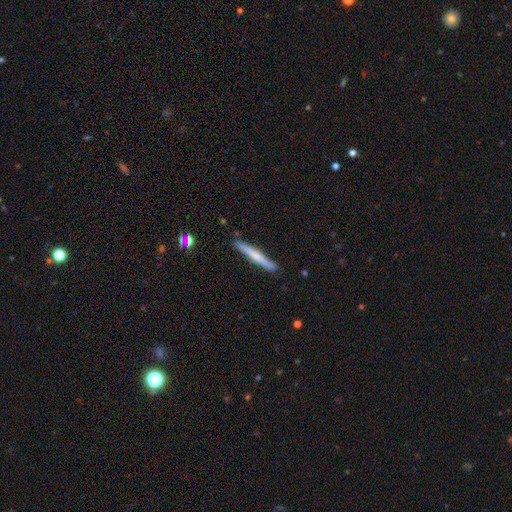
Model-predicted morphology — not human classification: Smooth or featured?
  - smooth: 56% *
  - featured or disk: 39%
  - star or artifact: 5%
How rounded?
  - cigar-shaped: 96% *
  - in between: 3%
  - round: 1%
Merging?
  - none: 88% *
  - minor disturbance: 9%
  - merger: 2%
  - major disturbance: 2%